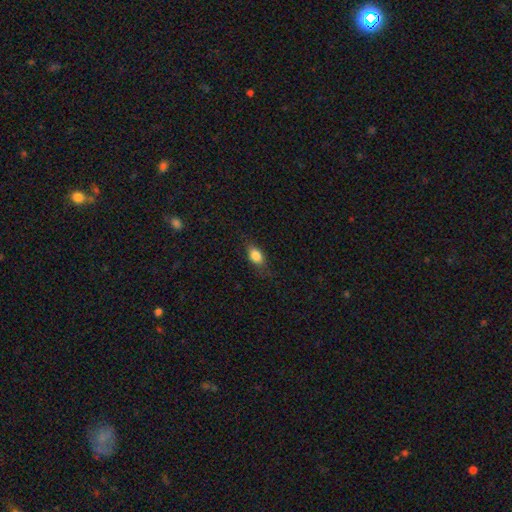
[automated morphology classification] This appears to be a smooth galaxy with no disk features (82%) that is in between round and cigar-shaped (80%). Merging: none (75%).